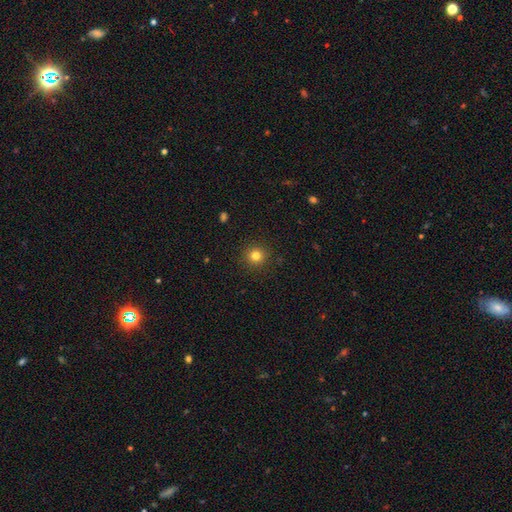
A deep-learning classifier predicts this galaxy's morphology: smooth_or_featured: smooth (p=0.81) [alt: star or artifact p=0.13]
how_rounded: round (p=0.94) [alt: in between p=0.05]
merging: none (p=0.92) [alt: minor disturbance p=0.05]